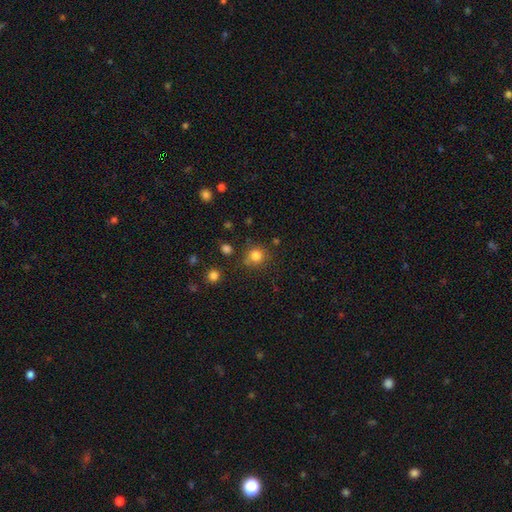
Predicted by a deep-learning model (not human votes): A smooth galaxy with no disk features (81%) that is round (91%). Merging: none (78%).